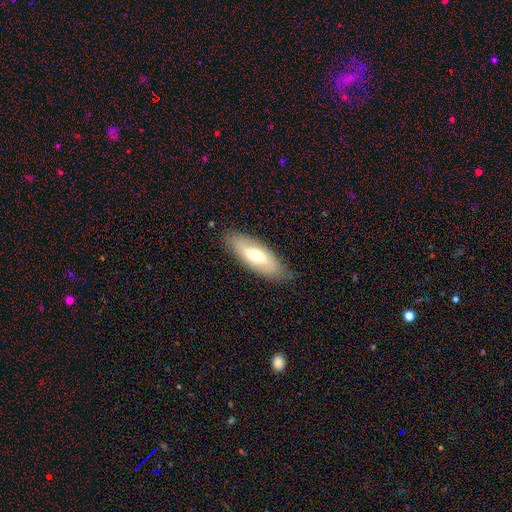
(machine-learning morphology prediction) A smooth galaxy with no disk features (52%) that is in between round and cigar-shaped (75%). Merging: none (82%).